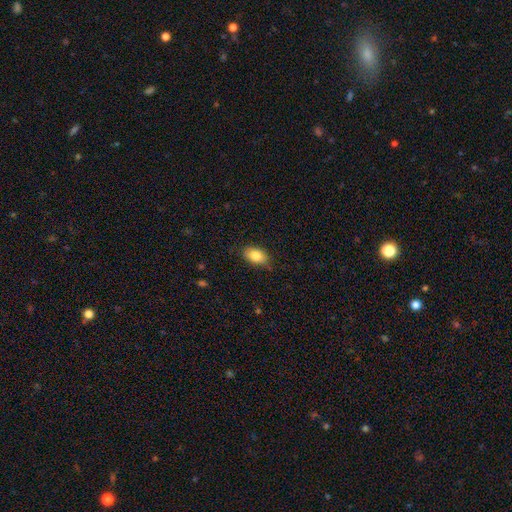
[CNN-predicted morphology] Q: Smooth or featured?
A: smooth (84%); runner-up: featured or disk (9%)
Q: How rounded?
A: in between (88%); runner-up: round (11%)
Q: Merging?
A: none (82%); runner-up: minor disturbance (14%)